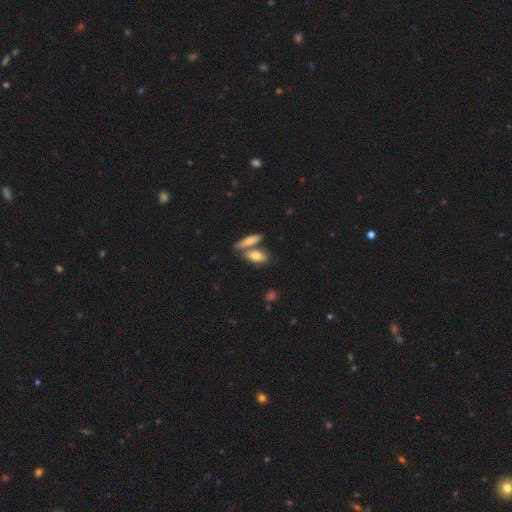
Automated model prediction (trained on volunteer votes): smooth_or_featured: smooth (p=0.71) [alt: featured or disk p=0.22]
how_rounded: in between (p=0.71) [alt: cigar-shaped p=0.25]
merging: none (p=0.53) [alt: merger p=0.33]